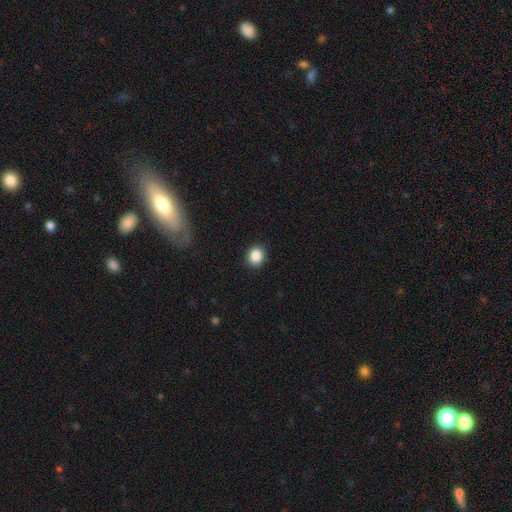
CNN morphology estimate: This is clearly a smooth galaxy (87%). How rounded: likely round (66%). Merging: clearly none (90%).